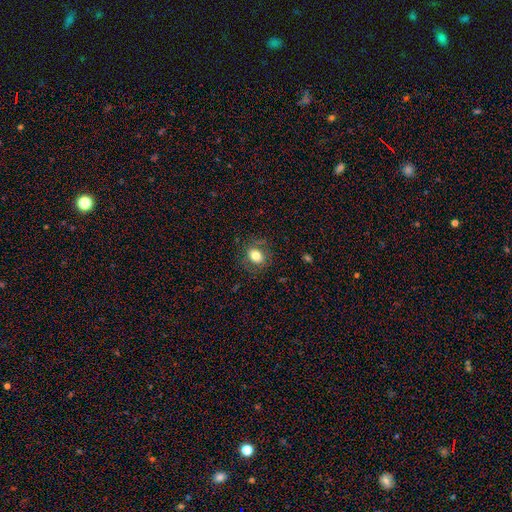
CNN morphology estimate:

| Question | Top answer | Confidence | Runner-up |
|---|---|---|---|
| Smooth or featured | smooth | 75% | featured or disk (15%) |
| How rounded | round | 51% | in between (47%) |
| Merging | none | 79% | minor disturbance (14%) |